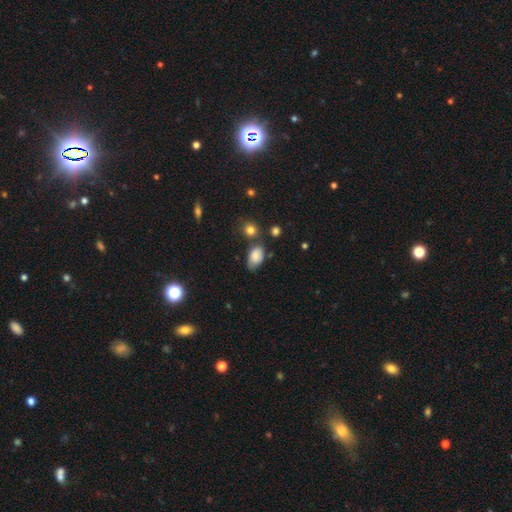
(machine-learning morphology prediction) Q: Smooth or featured?
A: smooth (79%); runner-up: featured or disk (12%)
Q: How rounded?
A: in between (90%); runner-up: round (8%)
Q: Merging?
A: none (51%); runner-up: minor disturbance (33%)